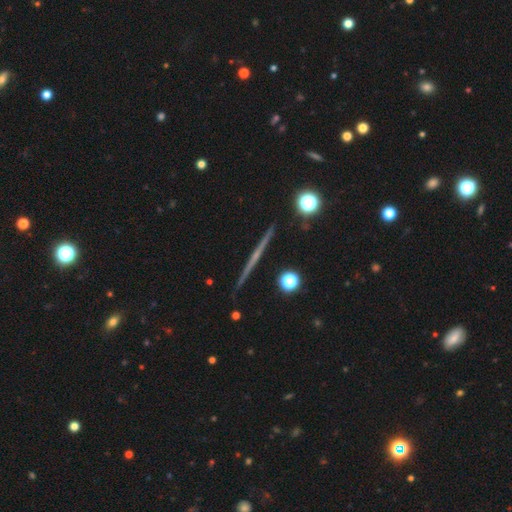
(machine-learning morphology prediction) Smooth or featured?
  - featured or disk: 72% *
  - smooth: 20%
  - star or artifact: 8%
Edge-on disk?
  - yes: 98% *
  - no: 2%
Edge-on bulge?
  - none: 66% *
  - rounded: 28%
  - boxy: 6%
Merging?
  - none: 93% *
  - minor disturbance: 5%
  - merger: 1%
  - major disturbance: 1%